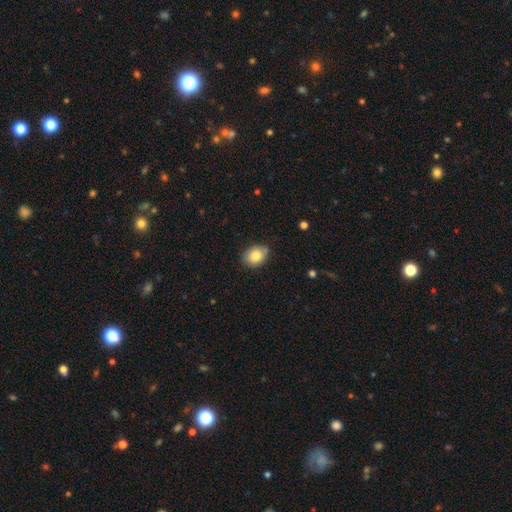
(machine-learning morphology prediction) This appears to be a smooth galaxy with no disk features (83%) that is in between round and cigar-shaped (70%). Merging: none (77%).